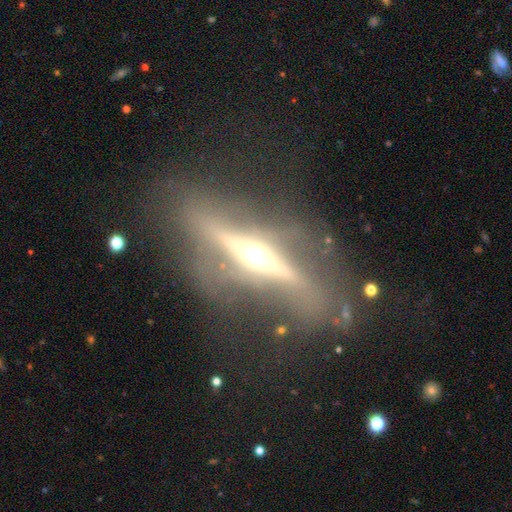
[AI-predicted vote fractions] A featured or disk galaxy (81%) viewed edge-on (86%) with a rounded central bulge (92%).

Vote fractions:
- Smooth or featured? featured or disk: 81% / smooth: 13% / star or artifact: 6%
- Edge-on disk? yes: 86% / no: 14%
- Edge-on bulge? rounded: 92% / boxy: 5% / none: 4%
- Merging? none: 62% / minor disturbance: 18% / major disturbance: 17% / merger: 3%